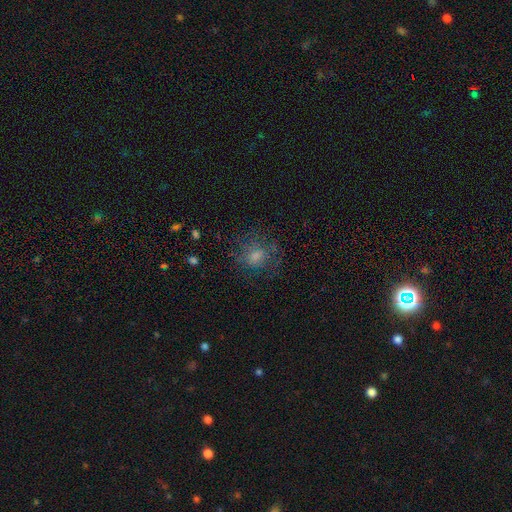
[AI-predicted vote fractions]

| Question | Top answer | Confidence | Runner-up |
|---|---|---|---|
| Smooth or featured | smooth | 64% | featured or disk (21%) |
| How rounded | round | 64% | in between (35%) |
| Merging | none | 66% | minor disturbance (17%) |